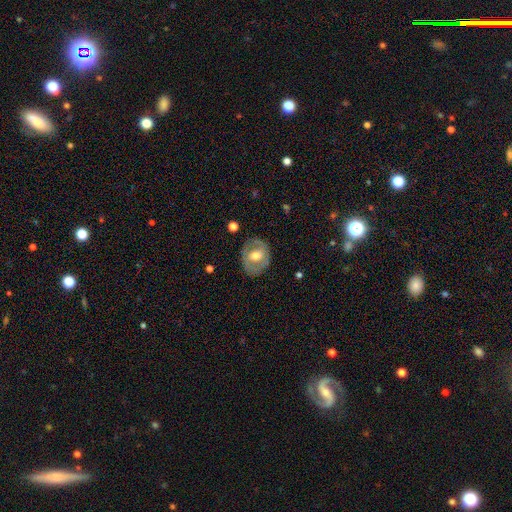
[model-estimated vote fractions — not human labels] A featured or disk galaxy (54%) with no bar (55%), no spiral arms (63%) and a moderate central bulge (70%).

Vote fractions:
- Smooth or featured? featured or disk: 54% / smooth: 40% / star or artifact: 6%
- Edge-on disk? no: 94% / yes: 6%
- Bar? no: 55% / weak: 33% / strong: 12%
- Spiral arms? no: 63% / yes: 37%
- Bulge size? moderate: 70% / large: 16% / small: 11% / none: 1% / dominant: 1%
- Merging? none: 76% / minor disturbance: 17% / major disturbance: 6% / merger: 1%